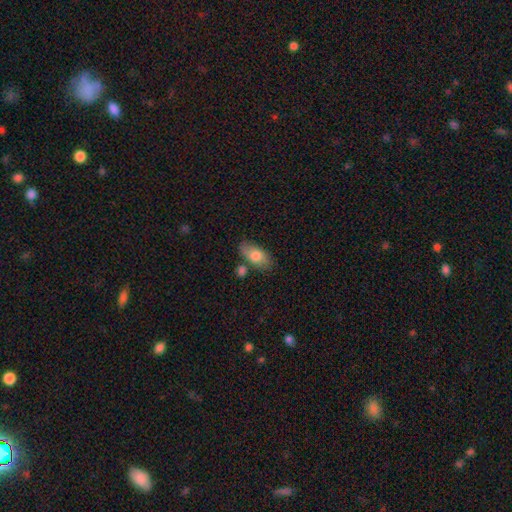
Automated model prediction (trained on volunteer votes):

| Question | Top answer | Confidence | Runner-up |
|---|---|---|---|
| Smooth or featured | smooth | 75% | featured or disk (18%) |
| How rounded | in between | 90% | cigar-shaped (6%) |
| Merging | none | 69% | minor disturbance (17%) |